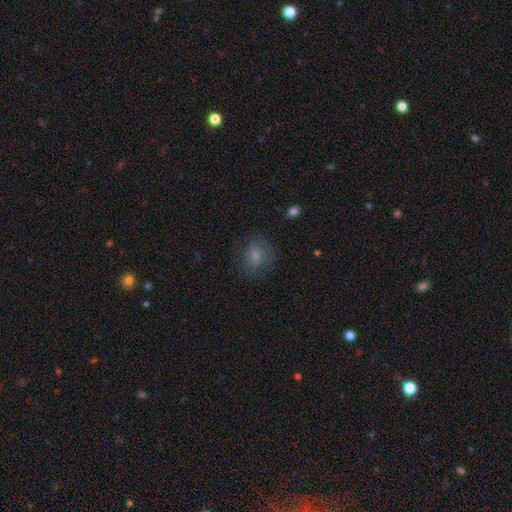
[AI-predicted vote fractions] This is likely a smooth galaxy (75%). How rounded: likely round (60%). Merging: likely none (72%).